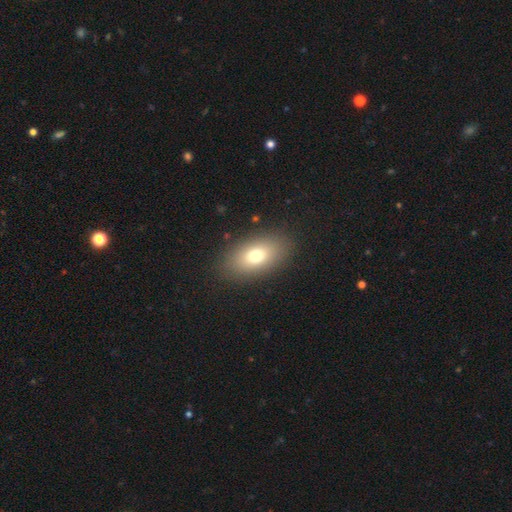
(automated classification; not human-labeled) smooth-or-featured: smooth: 76% | featured or disk: 15% | star or artifact: 10%
  how-rounded: in between: 89% | round: 7% | cigar-shaped: 3%
  merging: none: 87% | minor disturbance: 9% | major disturbance: 3% | merger: 1%